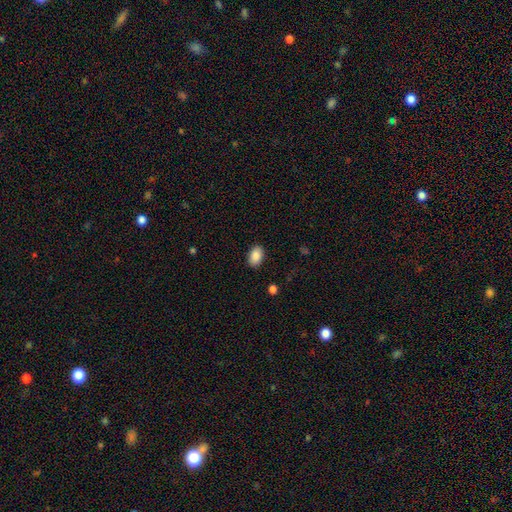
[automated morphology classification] Q: Smooth or featured?
A: smooth (87%); runner-up: star or artifact (7%)
Q: How rounded?
A: in between (90%); runner-up: round (9%)
Q: Merging?
A: none (89%); runner-up: minor disturbance (8%)